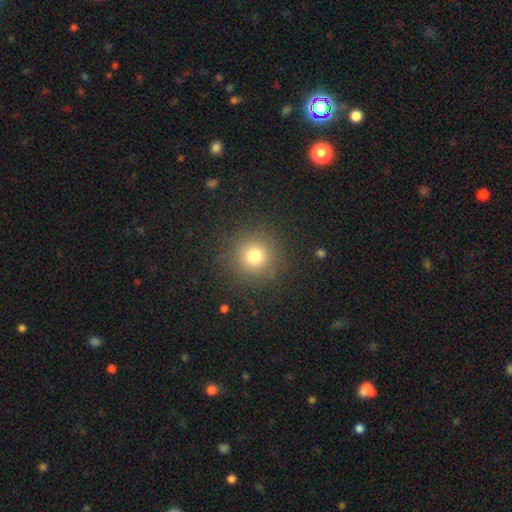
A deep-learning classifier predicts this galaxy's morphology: A smooth galaxy with no disk features (75%) that is round (95%).

Vote fractions:
- Smooth or featured? smooth: 75% / star or artifact: 17% / featured or disk: 8%
- How rounded? round: 95% / in between: 4% / cigar-shaped: 1%
- Merging? none: 88% / minor disturbance: 7% / major disturbance: 3% / merger: 1%